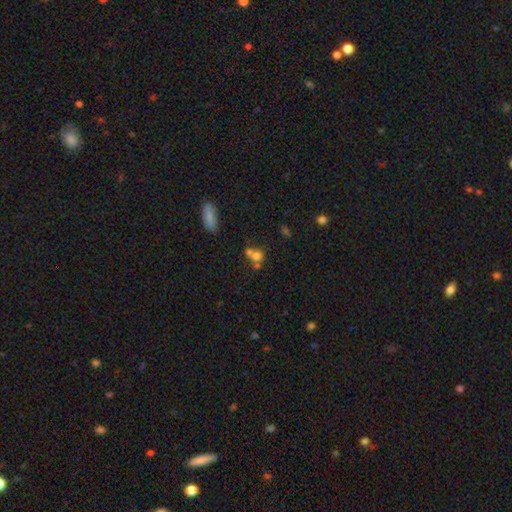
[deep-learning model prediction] Smooth or featured? Predicted: smooth (p=0.68). How rounded? Predicted: round (p=0.72). Merging? Predicted: merger (p=0.53).